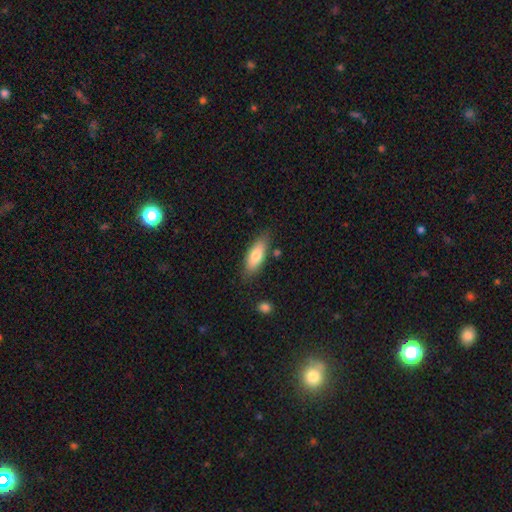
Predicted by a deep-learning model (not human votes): This appears to be a smooth galaxy with no disk features (76%) that is in between round and cigar-shaped (66%). Merging: none (80%).